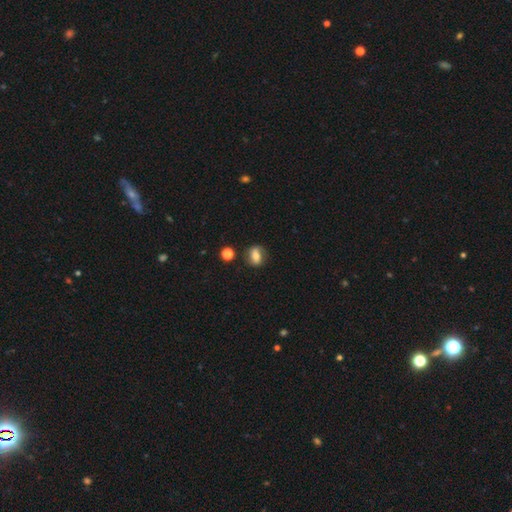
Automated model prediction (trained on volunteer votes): A smooth galaxy with no disk features (58%) that is in between round and cigar-shaped (55%). Merging: none (77%).